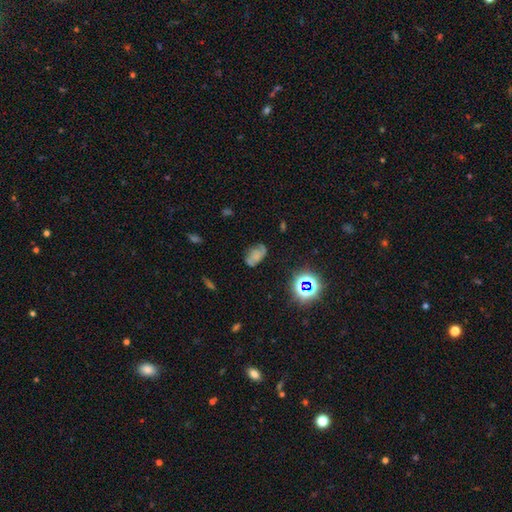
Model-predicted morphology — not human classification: Overall: featured or disk (45%; smooth 37%). Merging: none (60%; minor disturbance 25%).